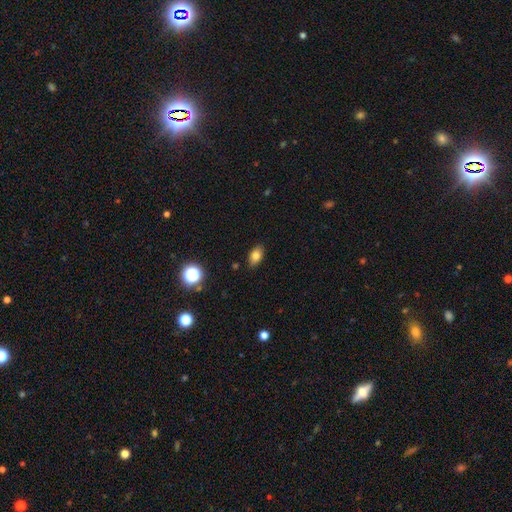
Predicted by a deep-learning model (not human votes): Smooth or featured? Predicted: smooth (p=0.80). How rounded? Predicted: in between (p=0.87). Merging? Predicted: none (p=0.87).